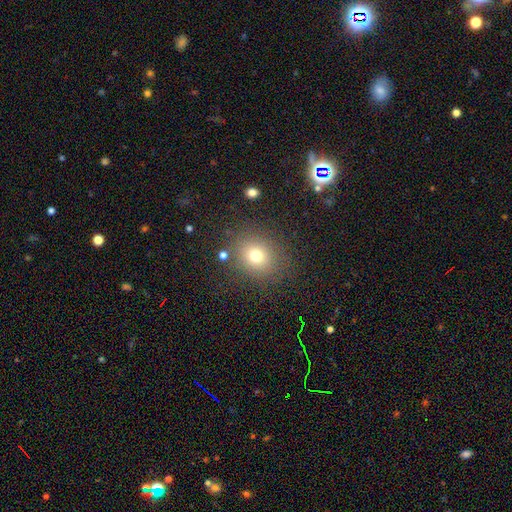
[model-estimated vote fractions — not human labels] Smooth or featured? Predicted: smooth (p=0.72). How rounded? Predicted: round (p=0.74). Merging? Predicted: none (p=0.83).